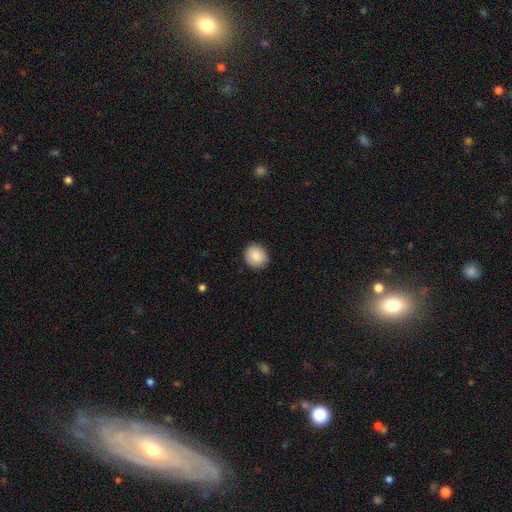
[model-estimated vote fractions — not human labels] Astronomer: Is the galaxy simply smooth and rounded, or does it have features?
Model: smooth — 88%.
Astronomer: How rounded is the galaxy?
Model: round — 82%.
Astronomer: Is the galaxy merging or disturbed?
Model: none — 91%.